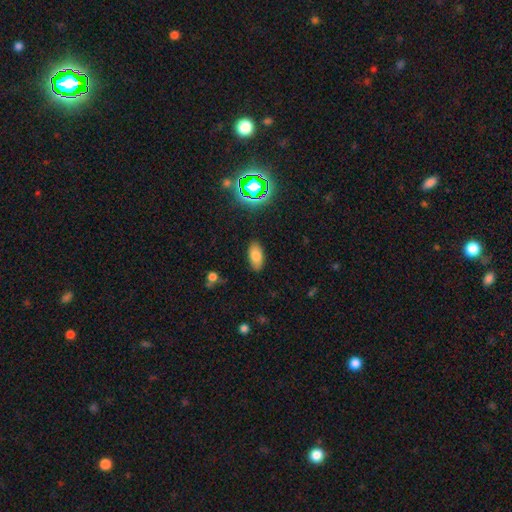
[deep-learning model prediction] A smooth galaxy with no disk features (77%) that is in between round and cigar-shaped (91%).

Vote fractions:
- Smooth or featured? smooth: 77% / star or artifact: 13% / featured or disk: 10%
- How rounded? in between: 91% / cigar-shaped: 5% / round: 4%
- Merging? none: 86% / minor disturbance: 10% / major disturbance: 3% / merger: 1%